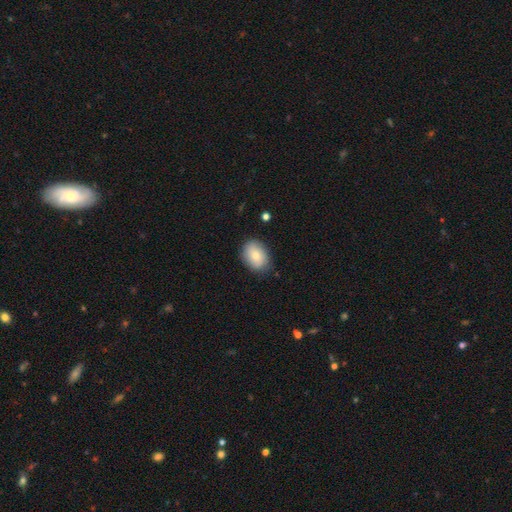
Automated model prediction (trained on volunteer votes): Smooth or featured? smooth (77%)
How rounded? in between (73%)
Merging? none (82%)